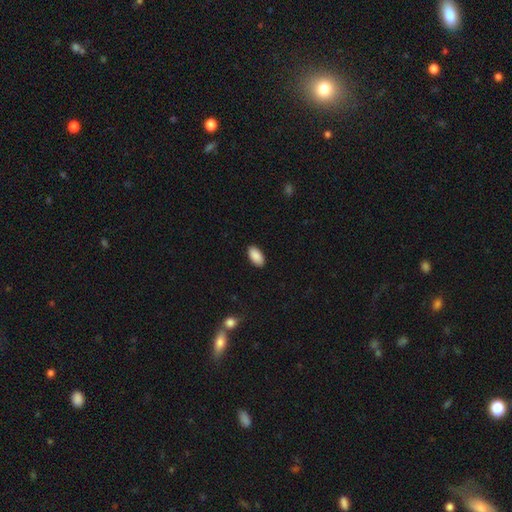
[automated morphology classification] Q: Smooth or featured?
A: smooth (90%); runner-up: star or artifact (6%)
Q: How rounded?
A: in between (95%); runner-up: cigar-shaped (3%)
Q: Merging?
A: none (90%); runner-up: minor disturbance (7%)